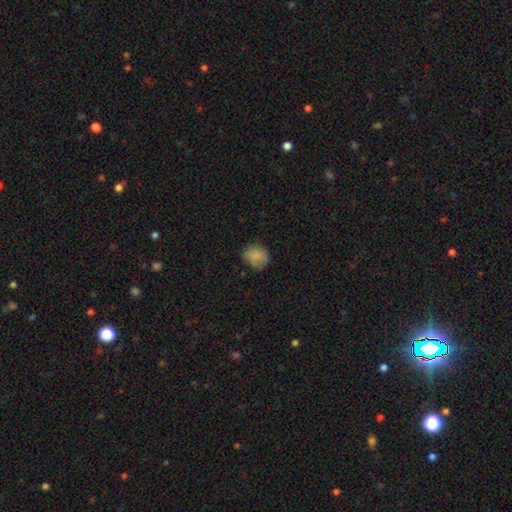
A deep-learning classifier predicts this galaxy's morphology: The model was most divided on "how rounded": round: 58%, in between: 41%, cigar-shaped: 1%. More confident: smooth or featured — smooth (82%); merging — none (71%).